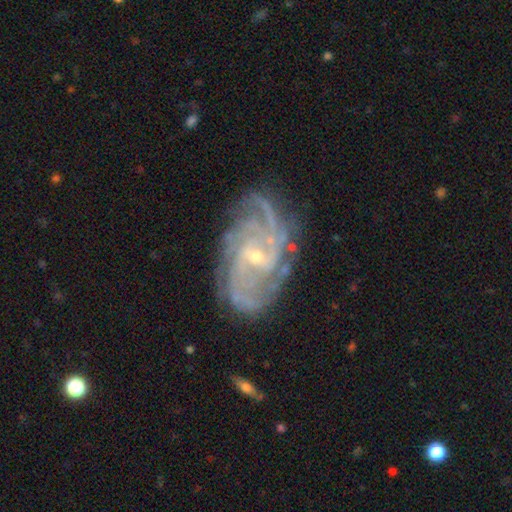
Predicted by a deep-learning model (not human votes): smooth-or-featured: featured or disk: 90% | star or artifact: 6% | smooth: 4%
  disk-edge-on: no: 97% | yes: 3%
    bar: no: 49% | weak: 39% | strong: 11%
    has-spiral-arms: yes: 98% | no: 2%
      spiral-winding: tight: 58% | medium: 35% | loose: 7%
      spiral-arm-count: 4: 24% | 3: 21% | can't tell: 20% | 2: 16% | more than 4: 11% | 1: 8%
    bulge-size: small: 74% | moderate: 23% | none: 1% | large: 1% | dominant: 1%
  merging: none: 75% | minor disturbance: 17% | major disturbance: 6% | merger: 2%